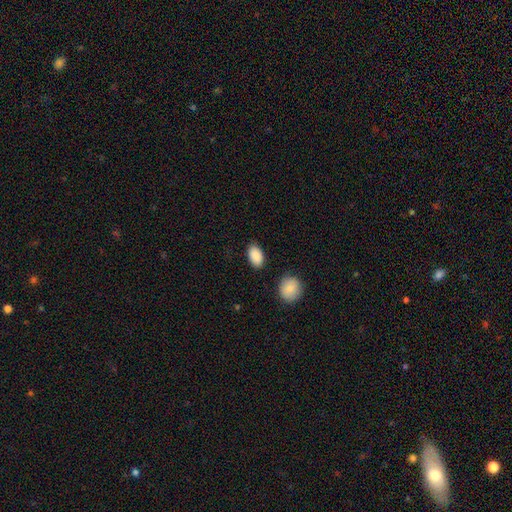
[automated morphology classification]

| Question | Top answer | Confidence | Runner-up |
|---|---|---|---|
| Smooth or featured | smooth | 89% | star or artifact (7%) |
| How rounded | in between | 91% | round (8%) |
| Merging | none | 85% | minor disturbance (10%) |